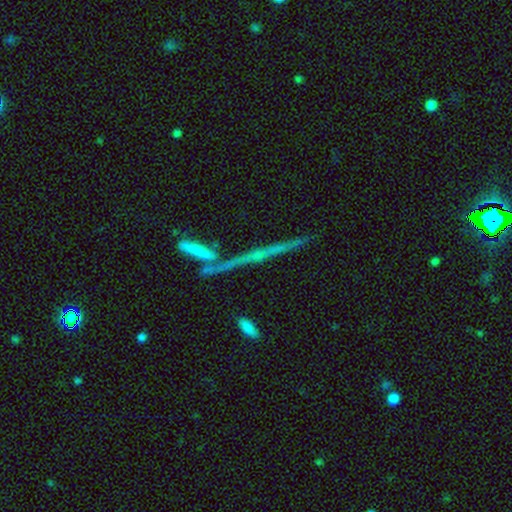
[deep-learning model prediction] Smooth or featured? Predicted: featured or disk (p=0.63). Edge-on disk? Predicted: yes (p=0.91). Edge-on bulge? Predicted: none (p=0.51). Merging? Predicted: none (p=0.65).